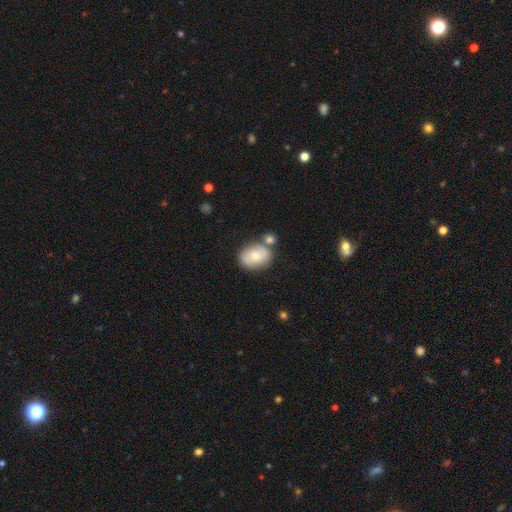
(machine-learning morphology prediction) This is likely a smooth galaxy (69%). How rounded: likely in between (76%). Merging: likely none (61%).